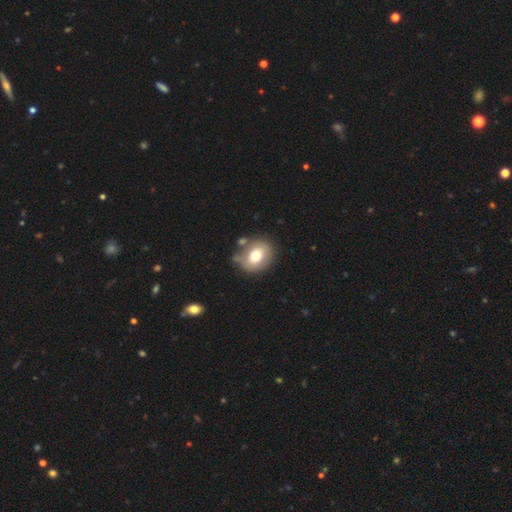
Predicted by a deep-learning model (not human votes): This is likely a smooth galaxy (71%). How rounded: possibly round (56%). Merging: likely none (69%).